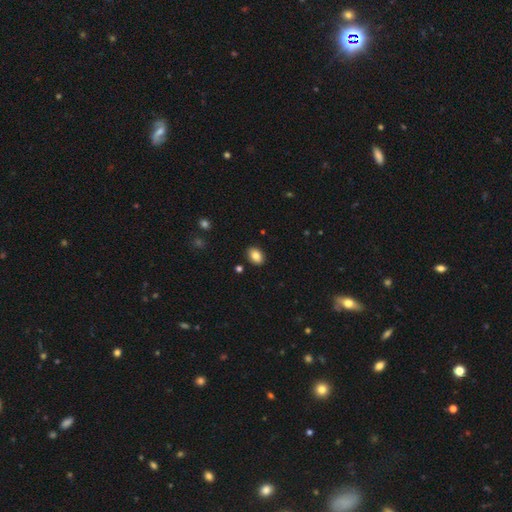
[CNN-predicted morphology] A smooth galaxy with no disk features (84%) that is in between round and cigar-shaped (77%).

Vote fractions:
- Smooth or featured? smooth: 84% / star or artifact: 9% / featured or disk: 8%
- How rounded? in between: 77% / round: 22% / cigar-shaped: 1%
- Merging? none: 89% / minor disturbance: 7% / major disturbance: 2% / merger: 2%